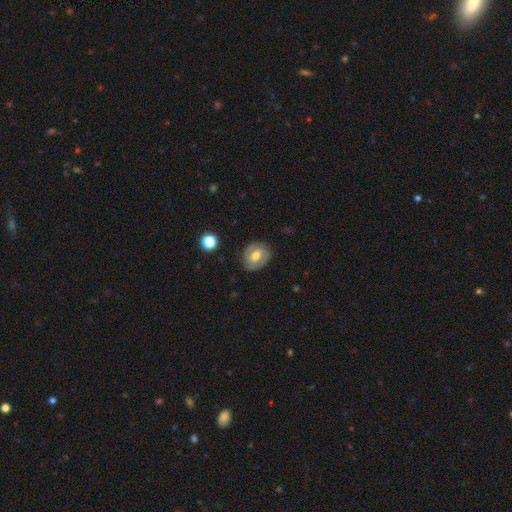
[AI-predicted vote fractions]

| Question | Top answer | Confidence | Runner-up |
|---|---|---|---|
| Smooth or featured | featured or disk | 58% | smooth (34%) |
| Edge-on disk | no | 96% | yes (4%) |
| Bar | weak | 44% | no (38%) |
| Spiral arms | yes | 72% | no (28%) |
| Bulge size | moderate | 71% | large (13%) |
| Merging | none | 81% | minor disturbance (13%) |